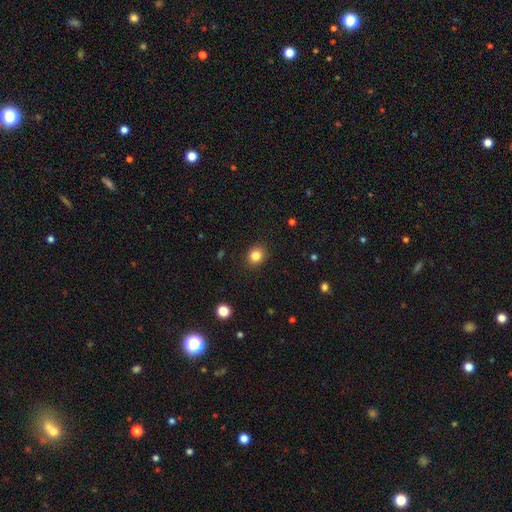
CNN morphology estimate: A smooth galaxy with no disk features (84%) that is round (74%).

Vote fractions:
- Smooth or featured? smooth: 84% / star or artifact: 11% / featured or disk: 5%
- How rounded? round: 74% / in between: 25% / cigar-shaped: 1%
- Merging? none: 90% / minor disturbance: 7% / major disturbance: 2% / merger: 1%